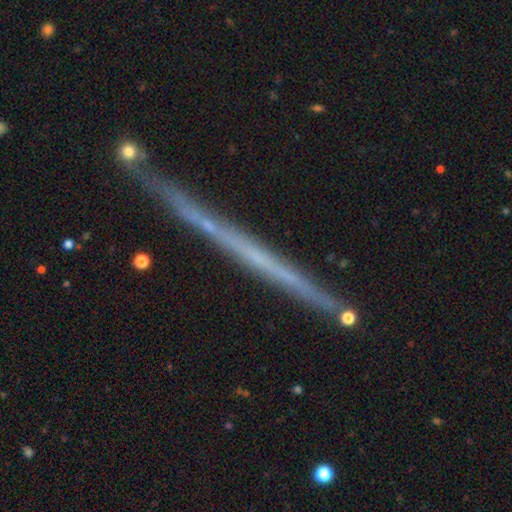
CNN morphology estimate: A featured or disk galaxy (64%) viewed edge-on (96%) with no central bulge (92%). Merging: none (85%).